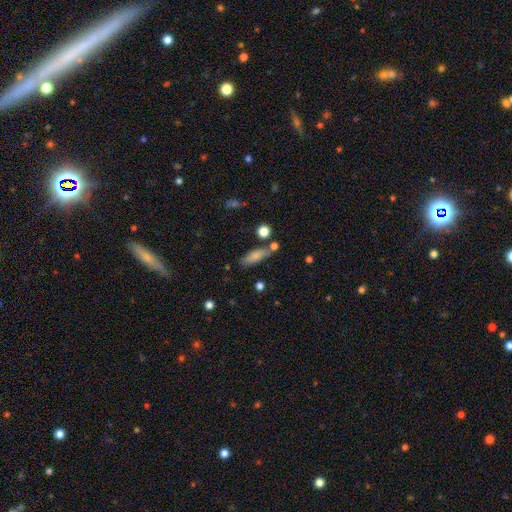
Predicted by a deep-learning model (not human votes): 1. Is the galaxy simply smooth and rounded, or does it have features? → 77% smooth, 14% featured or disk, 8% star or artifact.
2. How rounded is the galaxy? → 55% in between, 41% cigar-shaped, 4% round.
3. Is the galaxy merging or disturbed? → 69% none, 17% minor disturbance, 10% merger, 5% major disturbance.